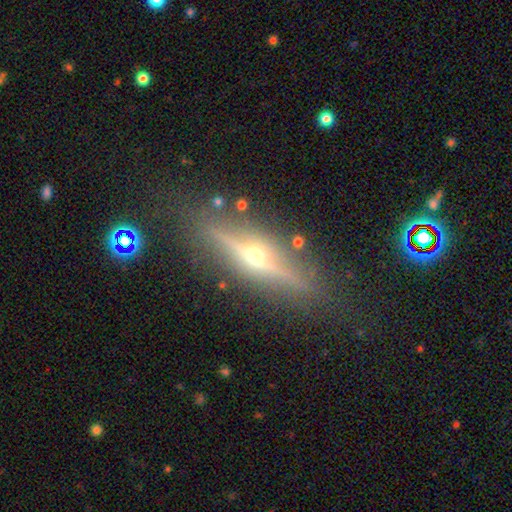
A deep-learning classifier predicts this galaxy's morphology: Smooth or featured? Predicted: featured or disk (p=0.79). Edge-on disk? Predicted: yes (p=0.95). Edge-on bulge? Predicted: rounded (p=0.95). Merging? Predicted: none (p=0.84).